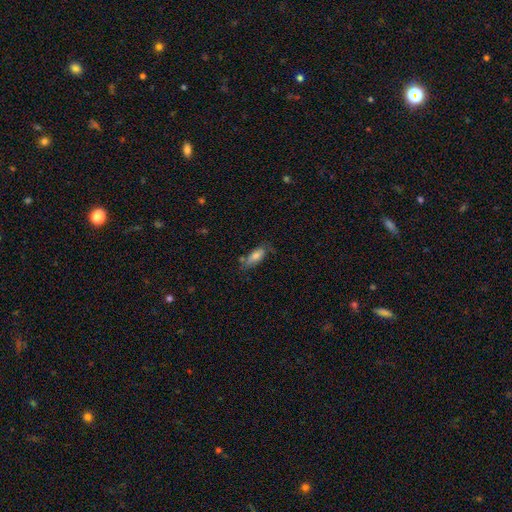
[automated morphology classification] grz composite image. It shows a smooth galaxy with no disk features (71%) that is in between round and cigar-shaped (78%). Merging: none (56%).